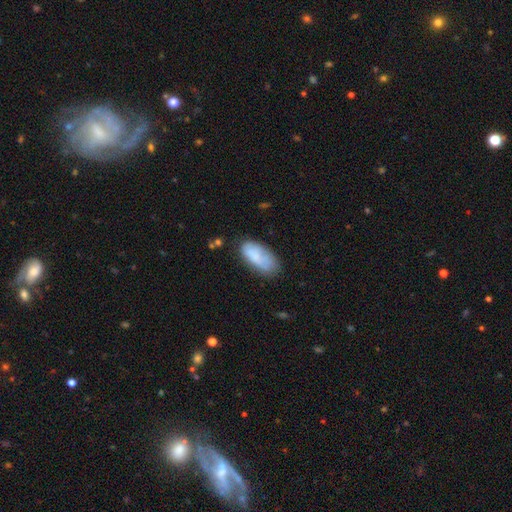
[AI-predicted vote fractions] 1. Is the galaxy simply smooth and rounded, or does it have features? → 77% smooth, 16% featured or disk, 7% star or artifact.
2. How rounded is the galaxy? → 89% in between, 9% cigar-shaped, 2% round.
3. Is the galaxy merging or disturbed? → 61% none, 27% minor disturbance, 9% major disturbance, 4% merger.